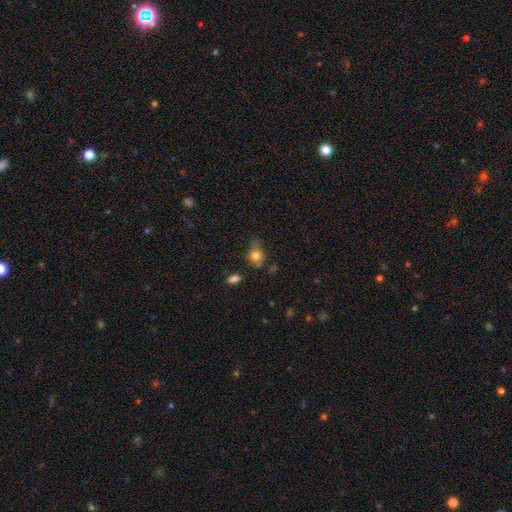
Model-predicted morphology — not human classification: Smooth or featured? smooth (77%)
How rounded? round (56%)
Merging? none (54%)